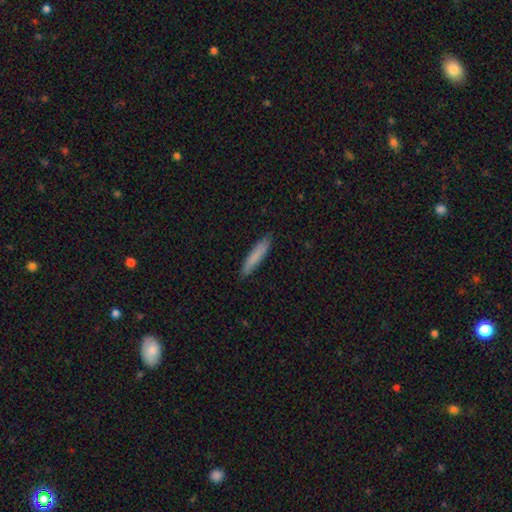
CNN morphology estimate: Smooth or featured? Predicted: smooth (p=0.80). How rounded? Predicted: cigar-shaped (p=0.90). Merging? Predicted: none (p=0.87).